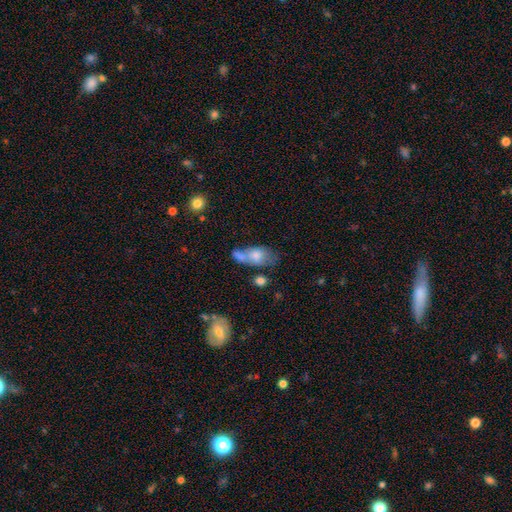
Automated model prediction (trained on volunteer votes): Q: Smooth or featured?
A: smooth (68%); runner-up: featured or disk (23%)
Q: How rounded?
A: in between (85%); runner-up: round (10%)
Q: Merging?
A: merger (40%); runner-up: none (25%)